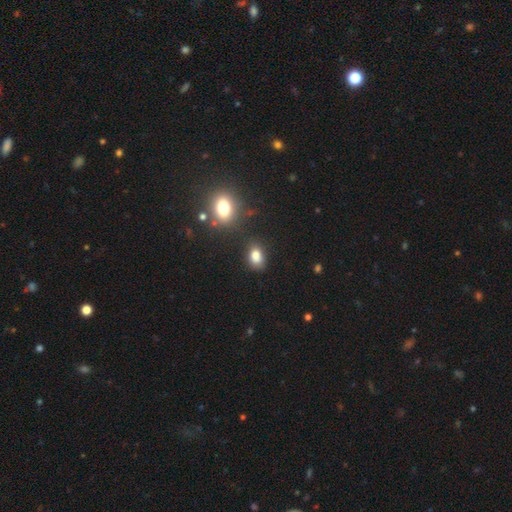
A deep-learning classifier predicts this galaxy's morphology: Q: Smooth or featured?
A: smooth (80%); runner-up: star or artifact (12%)
Q: How rounded?
A: in between (75%); runner-up: round (23%)
Q: Merging?
A: none (68%); runner-up: minor disturbance (17%)